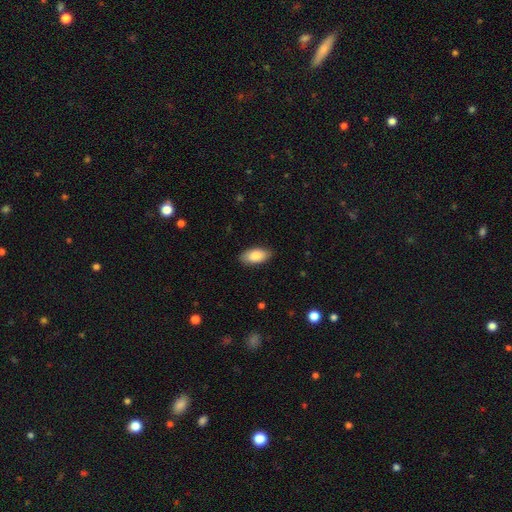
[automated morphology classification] type=smooth (86%); roundness=in between (93%); merging=none (85%).